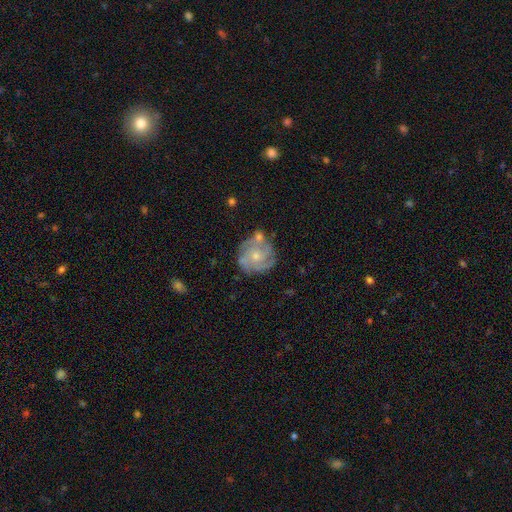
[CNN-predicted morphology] Smooth or featured?
  - featured or disk: 76% *
  - smooth: 17%
  - star or artifact: 7%
Edge-on disk?
  - no: 98% *
  - yes: 2%
Bar?
  - no: 78% *
  - weak: 19%
  - strong: 3%
Spiral arms?
  - yes: 91% *
  - no: 9%
Spiral winding?
  - tight: 58% *
  - medium: 33%
  - loose: 9%
Spiral arm count?
  - 3: 34% *
  - can't tell: 24%
  - 4: 21%
  - 2: 11%
  - more than 4: 5%
  - 1: 5%
Bulge size?
  - small: 54% *
  - moderate: 41%
  - none: 2%
  - large: 2%
  - dominant: 1%
Merging?
  - none: 66% *
  - minor disturbance: 18%
  - merger: 9%
  - major disturbance: 7%